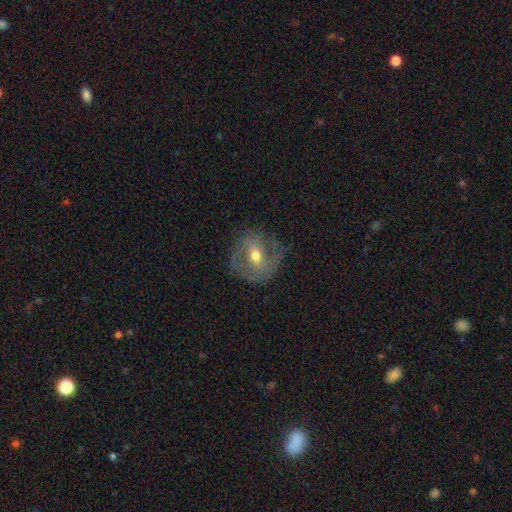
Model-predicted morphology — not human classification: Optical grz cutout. It shows a featured or disk galaxy (63%) with a weak bar (45%), spiral arms (67%) and a moderate central bulge (74%). Merging: none (71%).